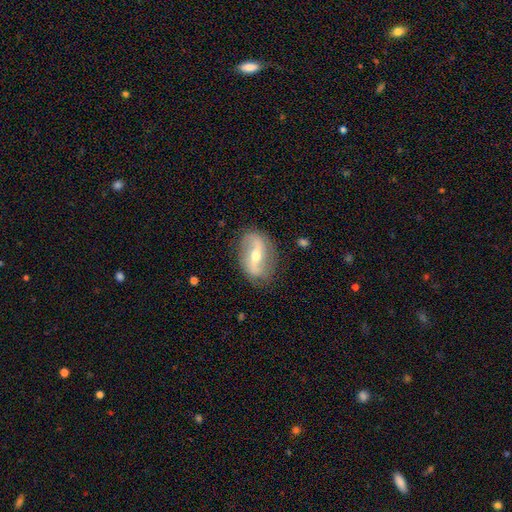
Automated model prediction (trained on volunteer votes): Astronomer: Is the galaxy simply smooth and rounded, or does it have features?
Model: featured or disk — 80%.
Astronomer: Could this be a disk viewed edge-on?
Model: no — 92%.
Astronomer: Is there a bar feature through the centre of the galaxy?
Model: strong — 55%.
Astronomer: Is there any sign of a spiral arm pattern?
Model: yes — 81%.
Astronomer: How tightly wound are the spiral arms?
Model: loose — 61%.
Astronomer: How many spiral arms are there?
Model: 2 — 88%.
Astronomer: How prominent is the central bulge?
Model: moderate — 64%.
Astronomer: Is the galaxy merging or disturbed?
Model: none — 80%.